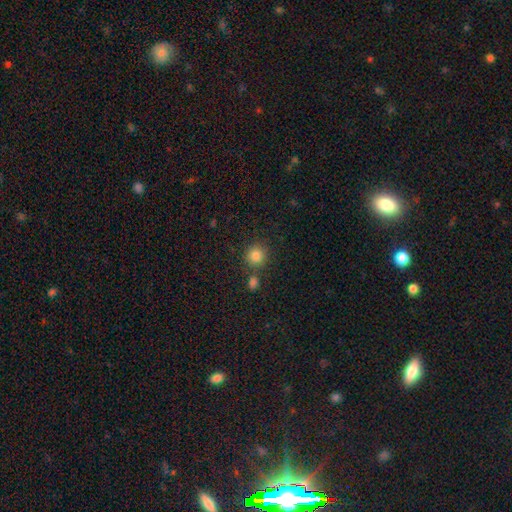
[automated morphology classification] A smooth galaxy with no disk features (84%) that is round (90%).

Vote fractions:
- Smooth or featured? smooth: 84% / star or artifact: 11% / featured or disk: 4%
- How rounded? round: 90% / in between: 9% / cigar-shaped: 1%
- Merging? none: 75% / merger: 13% / minor disturbance: 9% / major disturbance: 3%